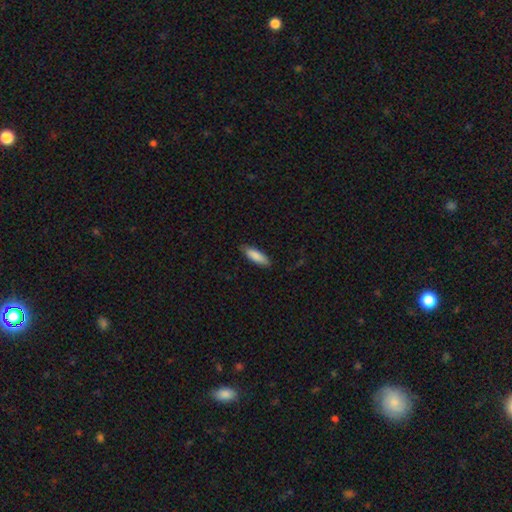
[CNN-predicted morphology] The model was most divided on "how rounded": in between: 56%, cigar-shaped: 43%, round: 2%. More confident: smooth or featured — smooth (86%); merging — none (82%).